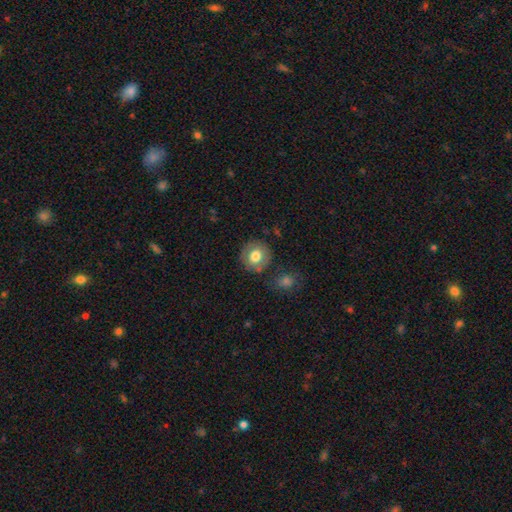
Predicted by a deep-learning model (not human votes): Morphology: type=smooth (73%); roundness=round (89%); merging=none (82%).